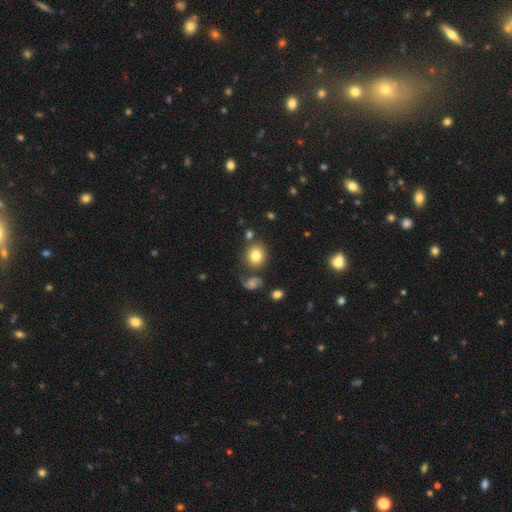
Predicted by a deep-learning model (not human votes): This is likely a smooth galaxy (79%). How rounded: clearly round (80%). Merging: likely none (71%).